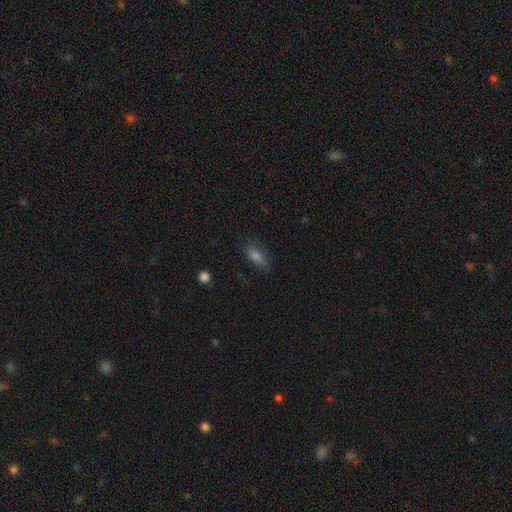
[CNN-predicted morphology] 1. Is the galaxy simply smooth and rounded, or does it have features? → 67% smooth, 17% featured or disk, 16% star or artifact.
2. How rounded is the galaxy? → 70% in between, 24% cigar-shaped, 6% round.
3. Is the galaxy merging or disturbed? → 73% none, 19% minor disturbance, 6% major disturbance, 2% merger.